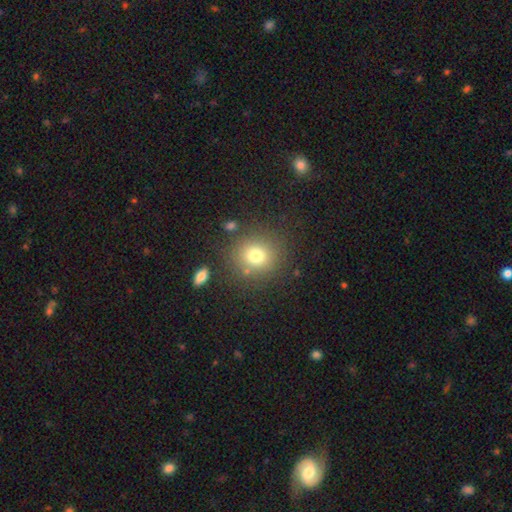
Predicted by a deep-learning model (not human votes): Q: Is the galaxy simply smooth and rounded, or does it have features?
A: smooth — 75%.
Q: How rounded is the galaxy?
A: round — 86%.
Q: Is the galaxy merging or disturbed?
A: none — 82%.